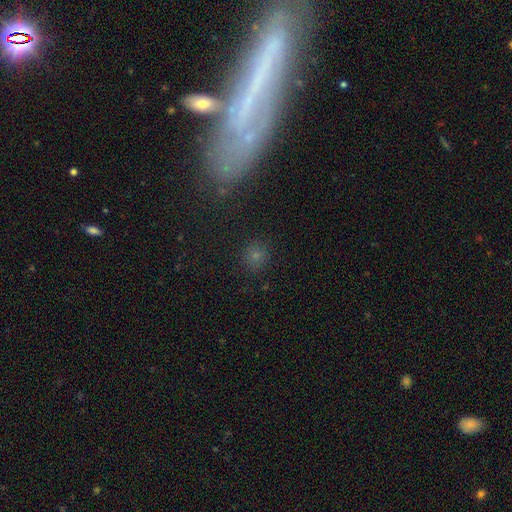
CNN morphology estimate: Smooth or featured: smooth — 73% (star or artifact — 20%)
How rounded: round — 83% (in between — 16%)
Merging: none — 86% (minor disturbance — 9%)